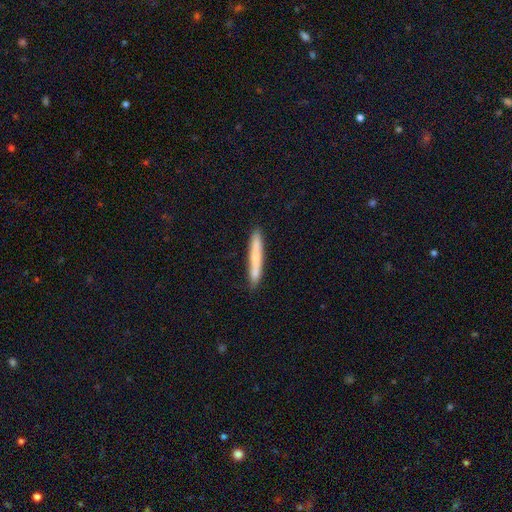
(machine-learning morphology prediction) Overall: smooth (69%). How rounded: cigar-shaped (96%). Merging: none (86%).